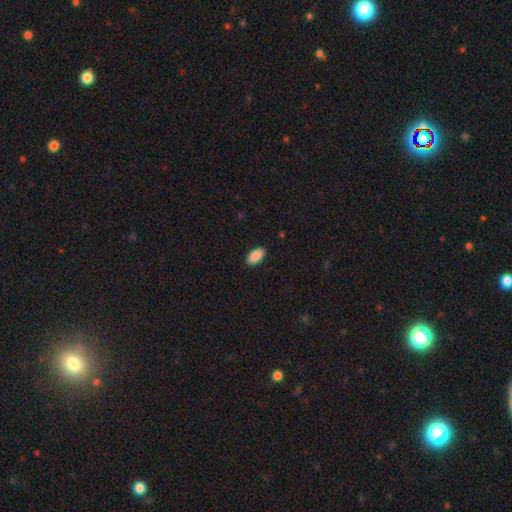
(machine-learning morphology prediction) Smooth or featured?
  - smooth: 89% *
  - star or artifact: 7%
  - featured or disk: 4%
How rounded?
  - in between: 93% *
  - cigar-shaped: 5%
  - round: 2%
Merging?
  - none: 89% *
  - minor disturbance: 8%
  - major disturbance: 2%
  - merger: 1%